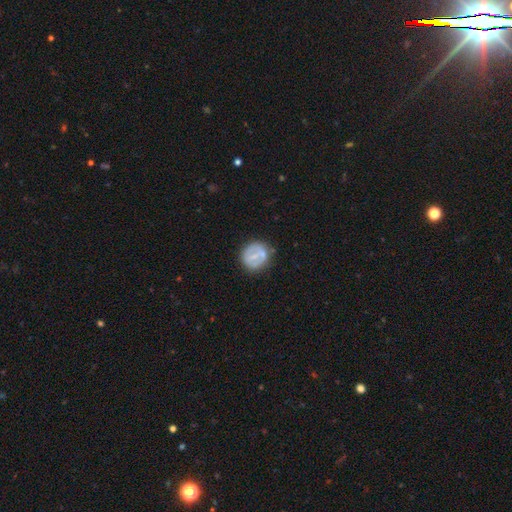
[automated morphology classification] Smooth or featured? smooth (47%)
Merging? none (75%)